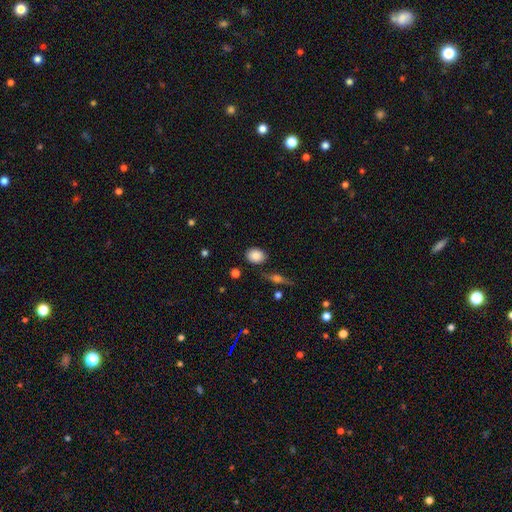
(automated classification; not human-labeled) Morphology: type=smooth (84%); roundness=in between (53%); merging=none (82%).